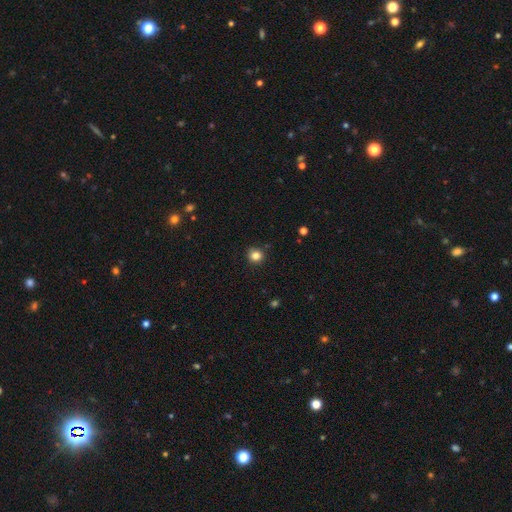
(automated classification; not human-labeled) smooth_or_featured: smooth (p=0.84) [alt: star or artifact p=0.12]
how_rounded: round (p=0.89) [alt: in between p=0.10]
merging: none (p=0.88) [alt: minor disturbance p=0.08]